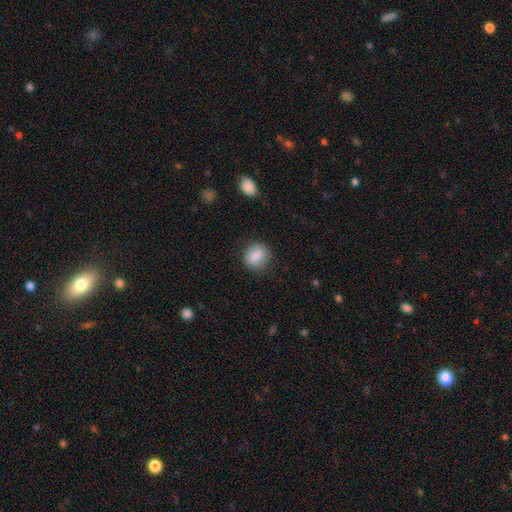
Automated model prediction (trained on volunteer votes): Smooth or featured? Predicted: smooth (p=0.85). How rounded? Predicted: round (p=0.61). Merging? Predicted: none (p=0.82).